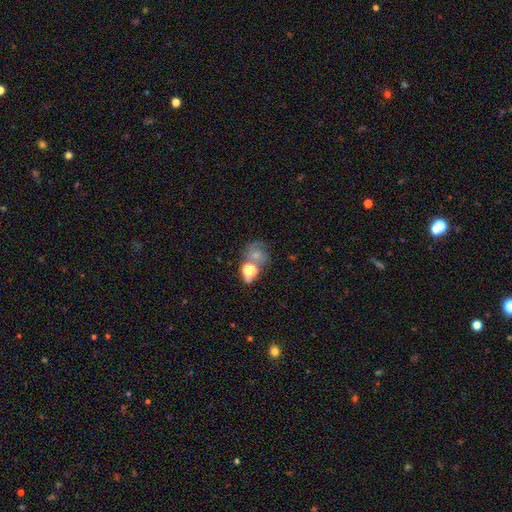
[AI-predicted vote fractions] Morphology: type=smooth (54%); roundness=round (72%); merging=none (44%).